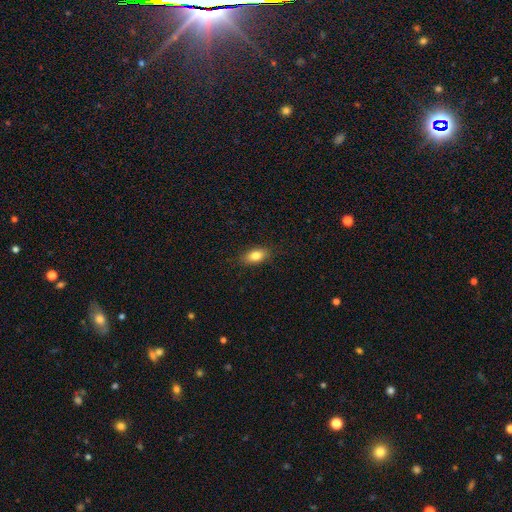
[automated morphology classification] A smooth galaxy with no disk features (82%) that is in between round and cigar-shaped (87%). Merging: none (87%).